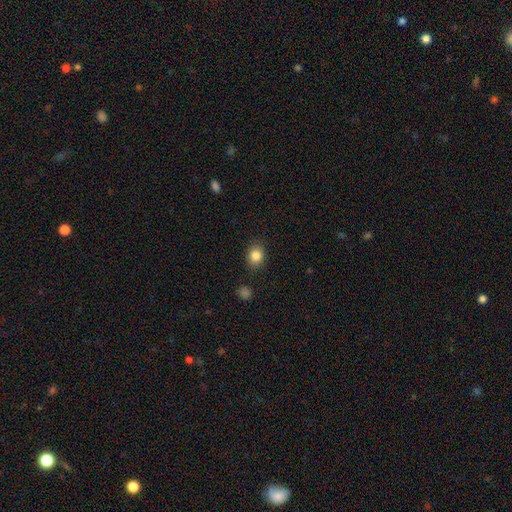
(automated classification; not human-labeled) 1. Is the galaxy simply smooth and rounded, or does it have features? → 85% smooth, 10% star or artifact, 6% featured or disk.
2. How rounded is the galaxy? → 56% round, 43% in between, 1% cigar-shaped.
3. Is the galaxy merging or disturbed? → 86% none, 10% minor disturbance, 3% major disturbance, 2% merger.